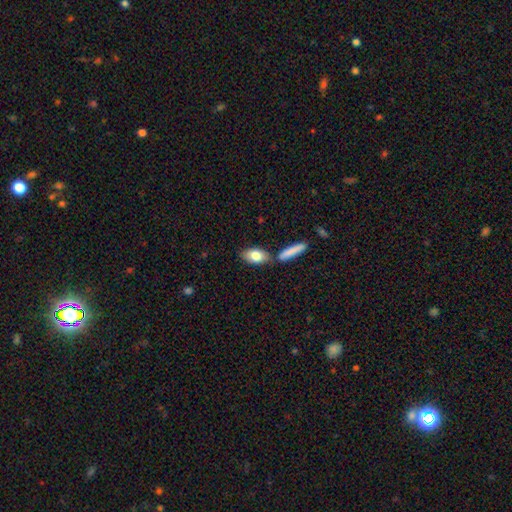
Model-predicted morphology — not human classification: Smooth or featured? Predicted: smooth (p=0.79). How rounded? Predicted: in between (p=0.86). Merging? Predicted: none (p=0.68).